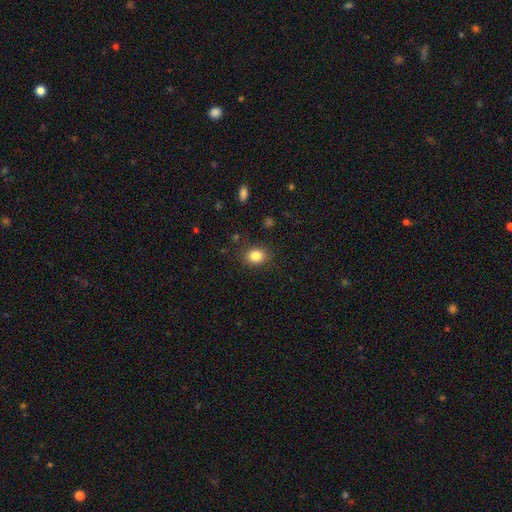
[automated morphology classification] Smooth or featured? Predicted: smooth (p=0.84). How rounded? Predicted: in between (p=0.52). Merging? Predicted: none (p=0.85).